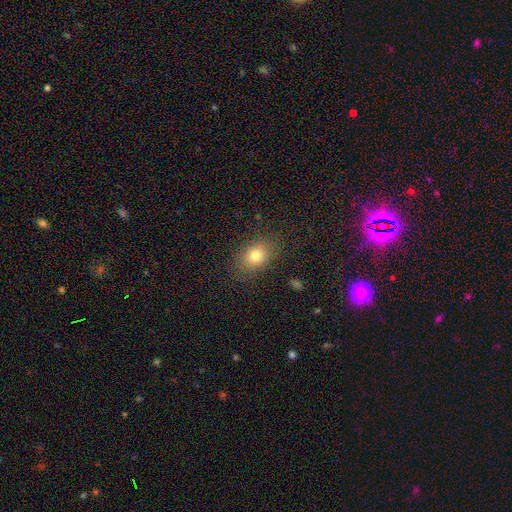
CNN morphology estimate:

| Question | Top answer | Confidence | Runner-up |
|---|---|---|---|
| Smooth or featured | smooth | 78% | star or artifact (11%) |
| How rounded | in between | 68% | round (31%) |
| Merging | none | 83% | minor disturbance (12%) |